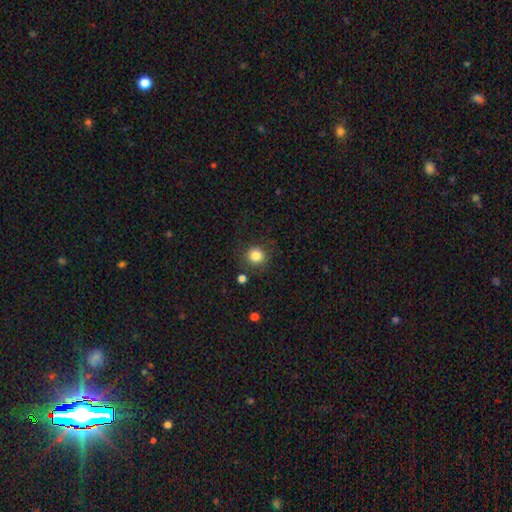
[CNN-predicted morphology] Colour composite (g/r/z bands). It shows a smooth galaxy with no disk features (83%) that is round (90%). Merging: none (83%).